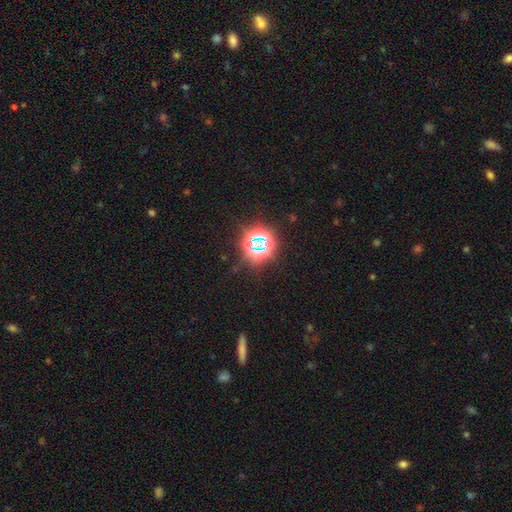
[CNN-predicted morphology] The model was most divided on "smooth or featured": star or artifact: 76%, smooth: 18%, featured or disk: 6%.